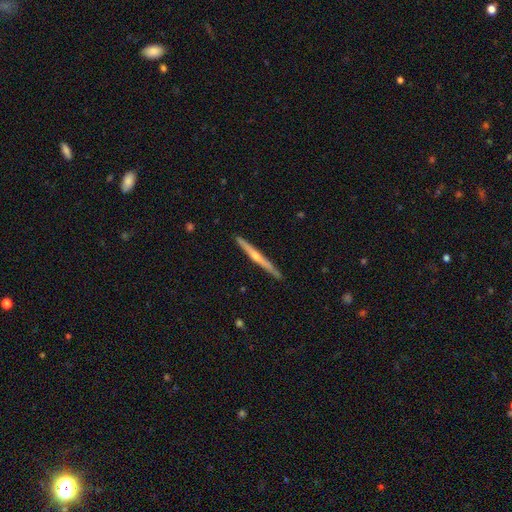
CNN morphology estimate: smooth_or_featured: featured or disk (p=0.70) [alt: smooth p=0.25]
disk_edge_on: yes (p=0.98) [alt: no p=0.02]
edge_on_bulge: rounded (p=0.75) [alt: none p=0.21]
merging: none (p=0.90) [alt: minor disturbance p=0.07]